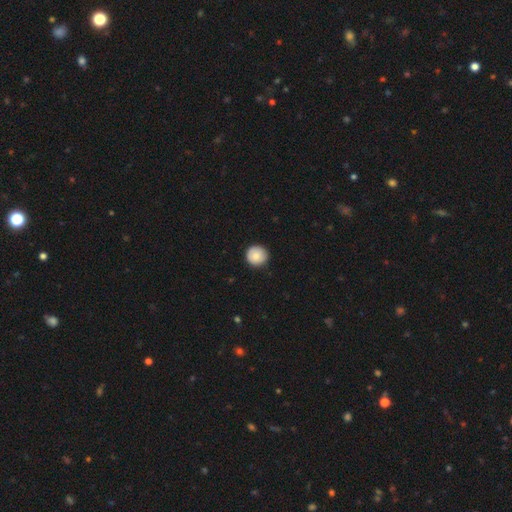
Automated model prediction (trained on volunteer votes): smooth-or-featured: smooth: 80% | featured or disk: 12% | star or artifact: 7%
  how-rounded: round: 95% | in between: 4% | cigar-shaped: 1%
  merging: none: 88% | minor disturbance: 9% | major disturbance: 2% | merger: 1%